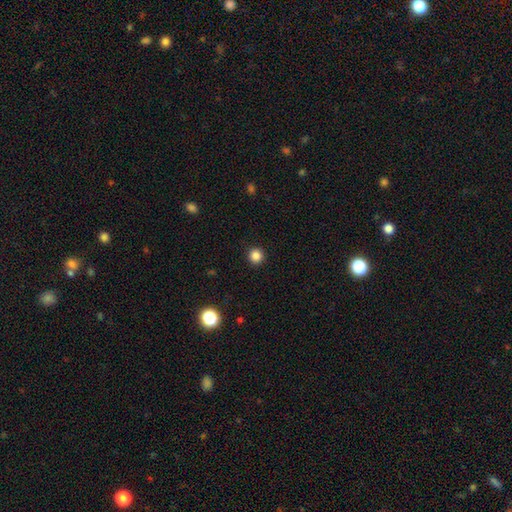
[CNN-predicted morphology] Smooth or featured? Predicted: smooth (p=0.85). How rounded? Predicted: round (p=0.95). Merging? Predicted: none (p=0.93).